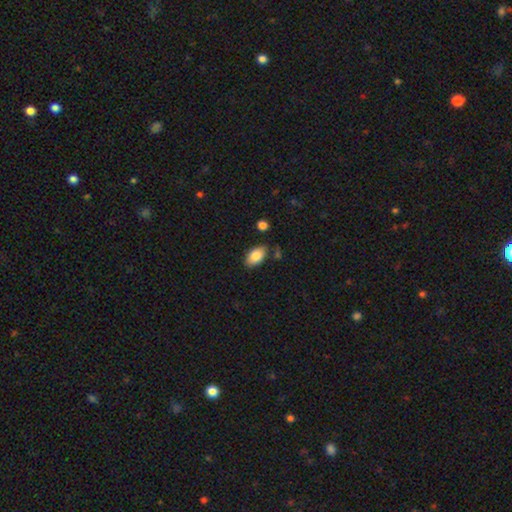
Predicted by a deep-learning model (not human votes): smooth_or_featured: smooth (p=0.84) [alt: featured or disk p=0.09]
how_rounded: in between (p=0.93) [alt: round p=0.05]
merging: none (p=0.80) [alt: minor disturbance p=0.14]